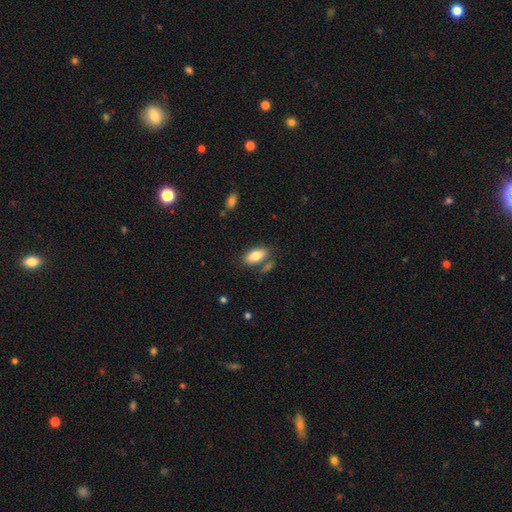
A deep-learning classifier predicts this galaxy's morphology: smooth-or-featured: smooth: 80% | featured or disk: 13% | star or artifact: 7%
  how-rounded: in between: 91% | cigar-shaped: 6% | round: 3%
  merging: none: 72% | minor disturbance: 13% | merger: 11% | major disturbance: 4%